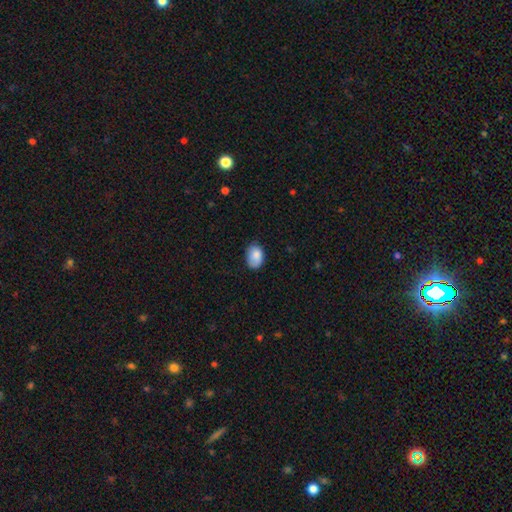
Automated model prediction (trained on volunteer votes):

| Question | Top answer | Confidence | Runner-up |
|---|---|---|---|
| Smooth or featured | smooth | 85% | featured or disk (8%) |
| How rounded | in between | 82% | round (18%) |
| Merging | none | 68% | minor disturbance (26%) |